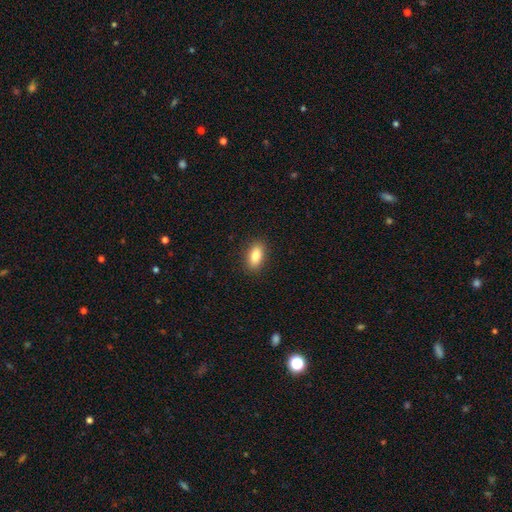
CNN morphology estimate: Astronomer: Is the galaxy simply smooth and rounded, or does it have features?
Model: smooth — 85%.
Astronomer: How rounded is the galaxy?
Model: in between — 89%.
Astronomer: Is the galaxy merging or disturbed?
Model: none — 89%.